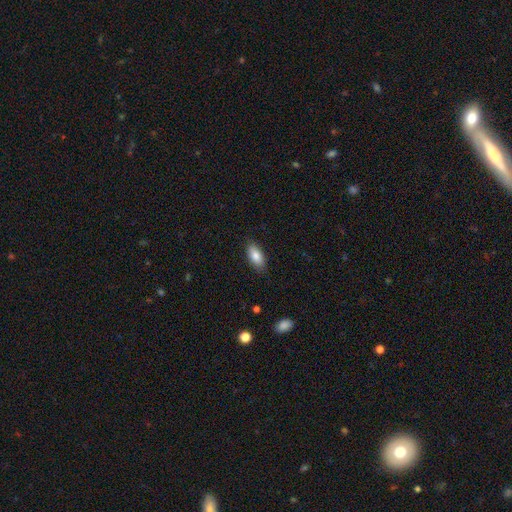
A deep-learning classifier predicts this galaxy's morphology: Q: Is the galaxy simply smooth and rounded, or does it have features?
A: smooth — 83%.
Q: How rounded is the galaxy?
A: in between — 88%.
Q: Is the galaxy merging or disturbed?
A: none — 85%.